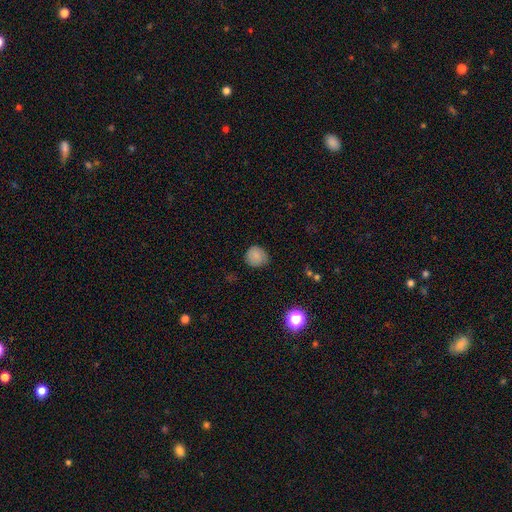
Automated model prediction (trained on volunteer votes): Overall: smooth (82%). How rounded: round (88%). Merging: none (79%).